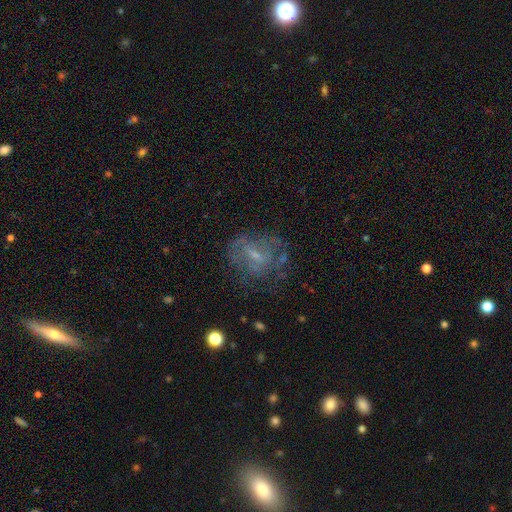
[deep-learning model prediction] This is likely a featured or disk galaxy (61%). It is clearly not viewed edge-on (95%). Bar: possibly weak (49%). Spiral arm pattern: possibly no (53%). Central bulge: possibly small (54%). Merging: possibly none (54%).